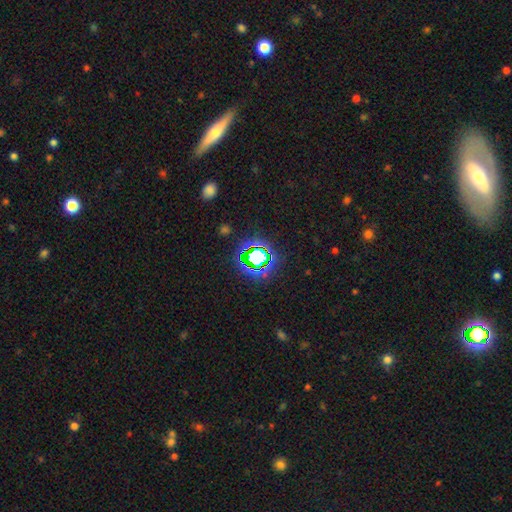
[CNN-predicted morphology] This is likely a star or artifact rather than a galaxy (69%).